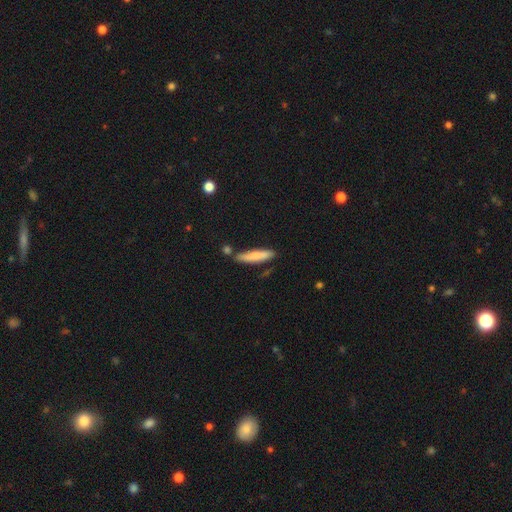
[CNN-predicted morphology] Smooth or featured: smooth — 76% (featured or disk — 18%)
How rounded: cigar-shaped — 86% (in between — 12%)
Merging: none — 77% (minor disturbance — 13%)